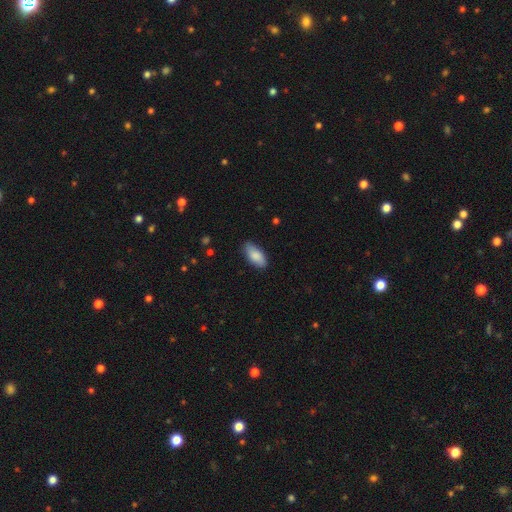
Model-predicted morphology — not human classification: A smooth galaxy with no disk features (86%) that is in between round and cigar-shaped (88%). Merging: none (84%).